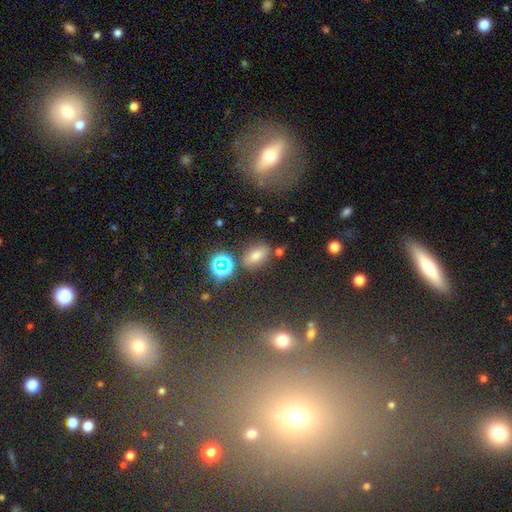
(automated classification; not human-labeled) smooth 60%, star or artifact 23%, featured or disk 17%. Down the decision tree: how rounded — in between (77%); merging — none (75%).